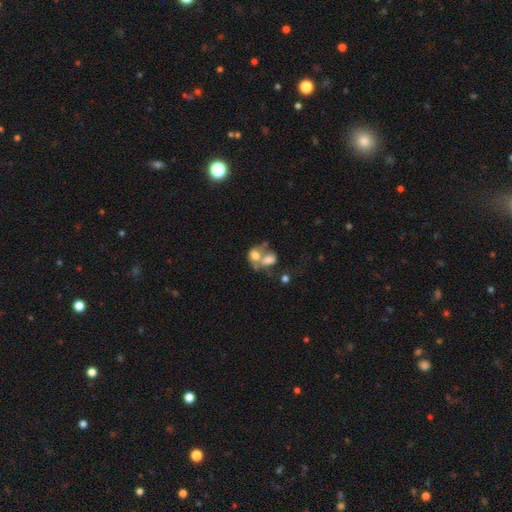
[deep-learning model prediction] smooth_or_featured: smooth (p=0.61) [alt: featured or disk p=0.28]
how_rounded: in between (p=0.57) [alt: round p=0.41]
merging: merger (p=0.70) [alt: none p=0.15]